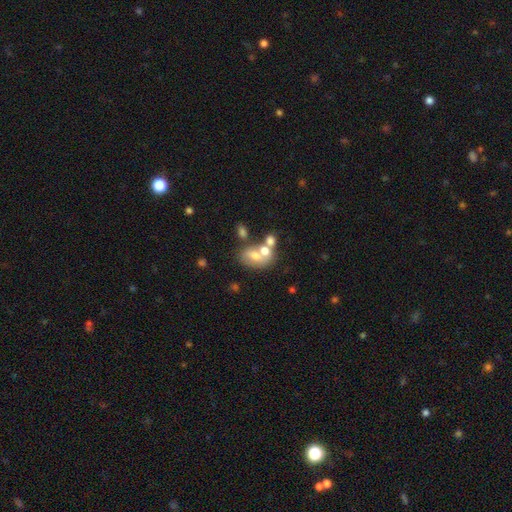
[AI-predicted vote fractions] smooth-or-featured: smooth: 57% | featured or disk: 32% | star or artifact: 12%
  how-rounded: in between: 77% | round: 21% | cigar-shaped: 2%
  merging: merger: 45% | none: 33% | minor disturbance: 13% | major disturbance: 9%